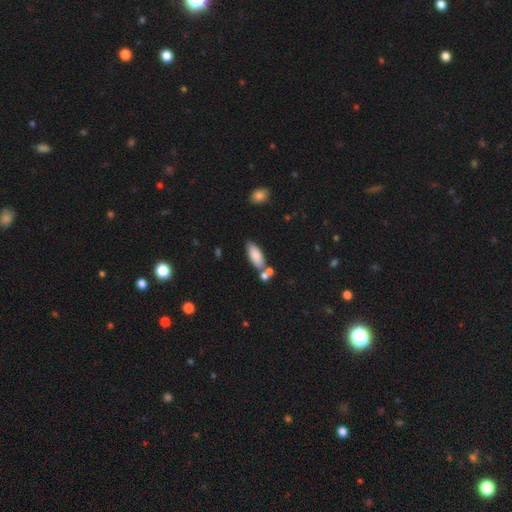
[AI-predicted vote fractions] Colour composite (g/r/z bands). It shows a smooth galaxy with no disk features (84%) that is in between round and cigar-shaped (81%). Merging: none (64%).